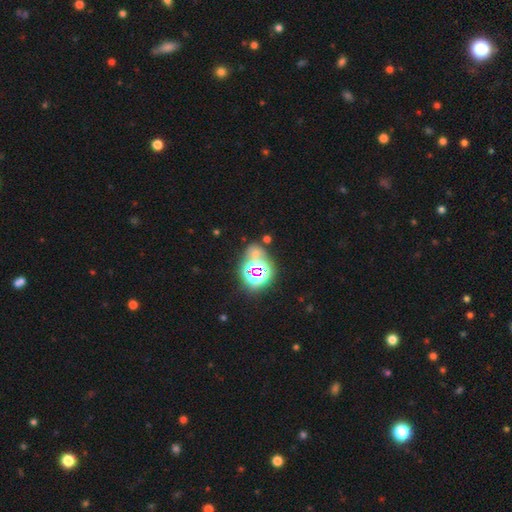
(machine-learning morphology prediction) smooth_or_featured: star or artifact (p=0.60) [alt: smooth p=0.30]